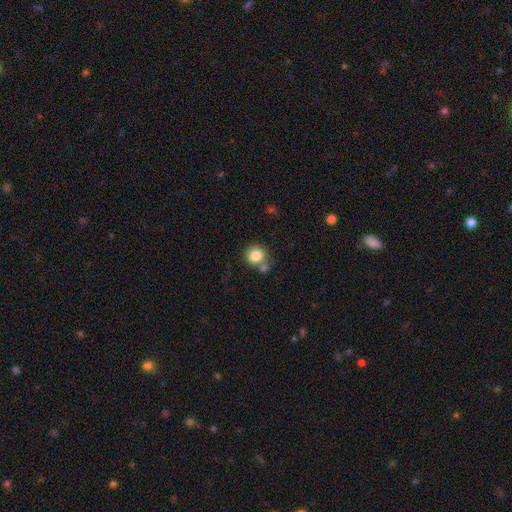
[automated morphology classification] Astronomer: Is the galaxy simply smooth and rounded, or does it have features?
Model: smooth — 83%.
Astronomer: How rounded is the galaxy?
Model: round — 87%.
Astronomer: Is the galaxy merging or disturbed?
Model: none — 60%.